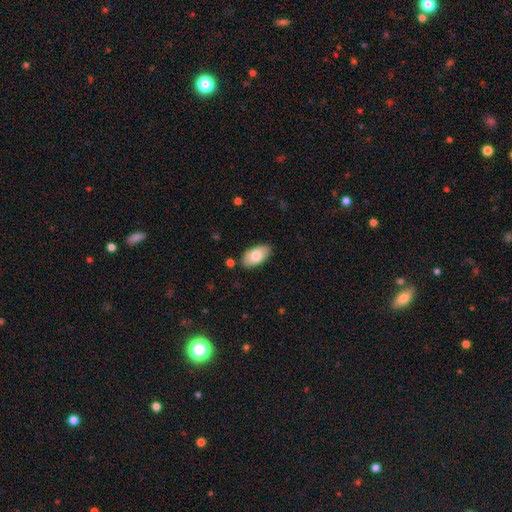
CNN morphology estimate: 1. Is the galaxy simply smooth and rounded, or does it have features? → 78% smooth, 16% featured or disk, 6% star or artifact.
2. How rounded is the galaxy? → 95% in between, 3% round, 2% cigar-shaped.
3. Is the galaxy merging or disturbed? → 85% none, 11% minor disturbance, 2% major disturbance, 2% merger.